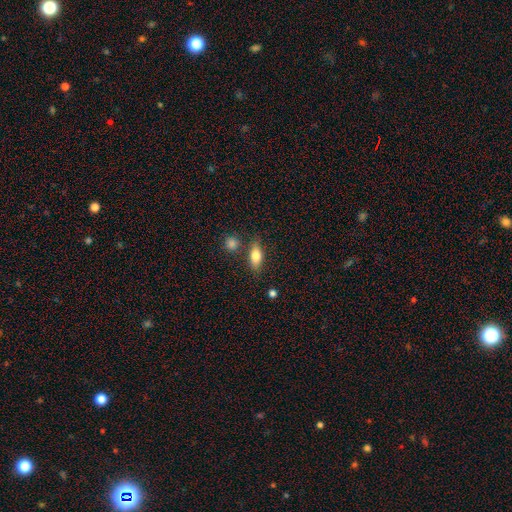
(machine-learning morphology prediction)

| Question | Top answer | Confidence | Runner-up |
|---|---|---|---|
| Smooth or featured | smooth | 76% | featured or disk (16%) |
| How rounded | in between | 81% | cigar-shaped (14%) |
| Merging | none | 74% | minor disturbance (14%) |